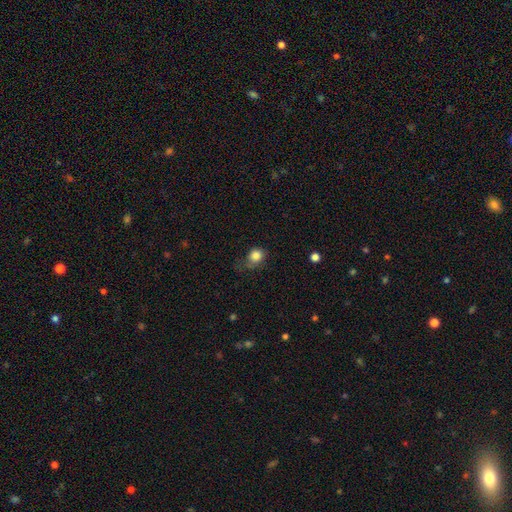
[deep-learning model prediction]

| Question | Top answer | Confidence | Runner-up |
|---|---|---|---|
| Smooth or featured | smooth | 83% | star or artifact (9%) |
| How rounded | round | 63% | in between (36%) |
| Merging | none | 43% | minor disturbance (33%) |